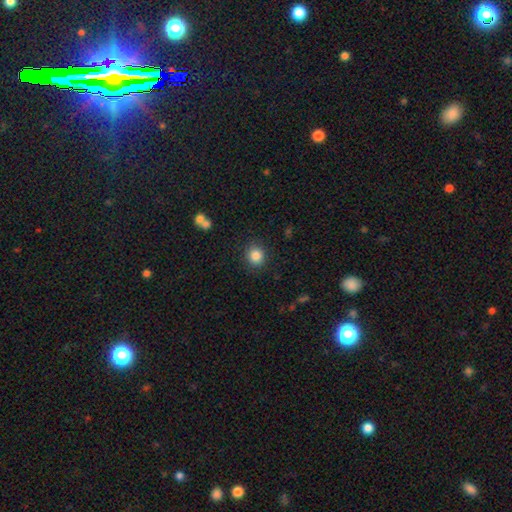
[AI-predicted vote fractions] A smooth galaxy with no disk features (85%) that is round (86%). Merging: none (89%).